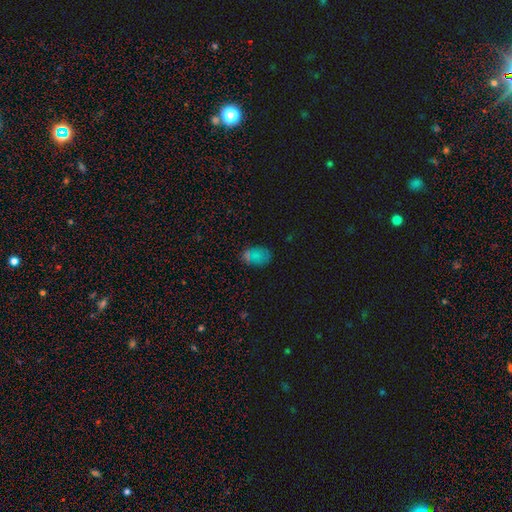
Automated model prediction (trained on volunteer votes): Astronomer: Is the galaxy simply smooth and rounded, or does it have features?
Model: smooth — 68%.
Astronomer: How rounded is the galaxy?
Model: in between — 81%.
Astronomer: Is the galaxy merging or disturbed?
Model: none — 69%.